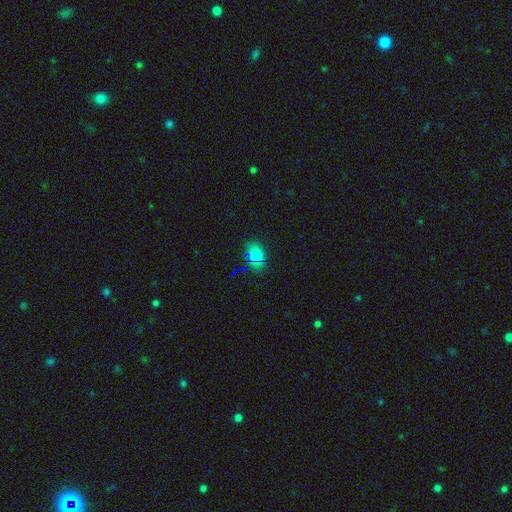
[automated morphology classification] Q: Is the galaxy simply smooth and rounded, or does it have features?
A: smooth — 72%.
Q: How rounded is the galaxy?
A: in between — 74%.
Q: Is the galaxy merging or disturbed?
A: none — 81%.